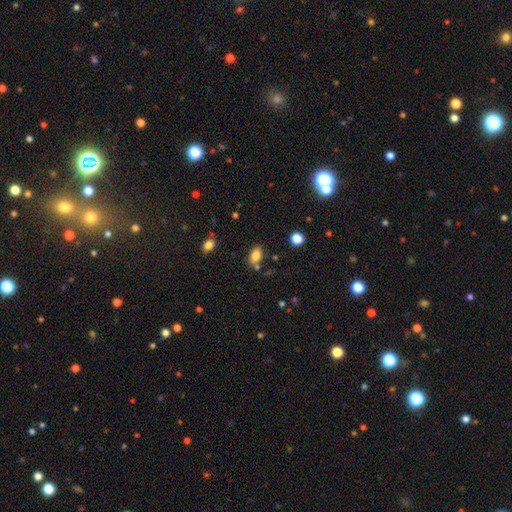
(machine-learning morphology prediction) This appears to be a smooth galaxy with no disk features (83%) that is in between round and cigar-shaped (87%). Merging: none (69%).